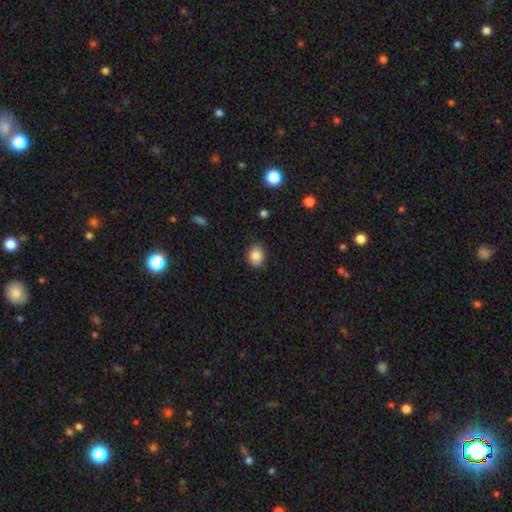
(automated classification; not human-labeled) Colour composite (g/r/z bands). It shows a smooth galaxy with no disk features (86%) that is in between round and cigar-shaped (55%). Merging: none (87%).